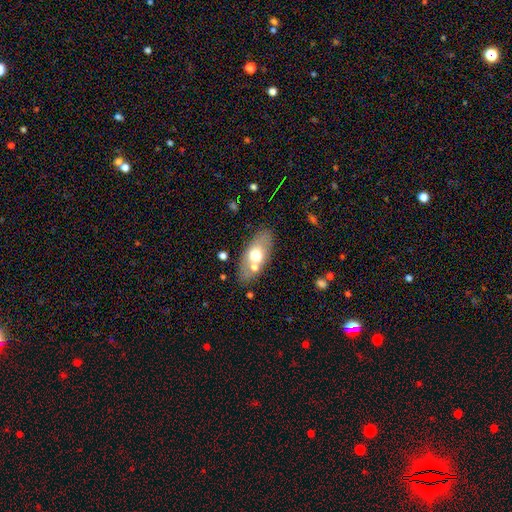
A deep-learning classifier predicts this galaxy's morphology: This is possibly a smooth galaxy (59%). How rounded: clearly in between (85%). Merging: likely none (73%).